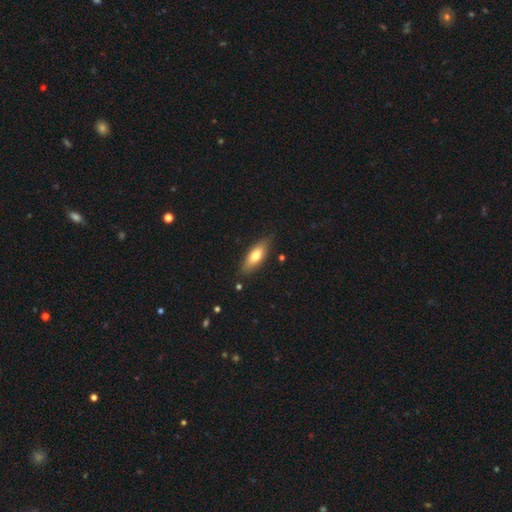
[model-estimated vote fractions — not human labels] This is likely a smooth galaxy (72%). How rounded: likely in between (63%). Merging: clearly none (83%).